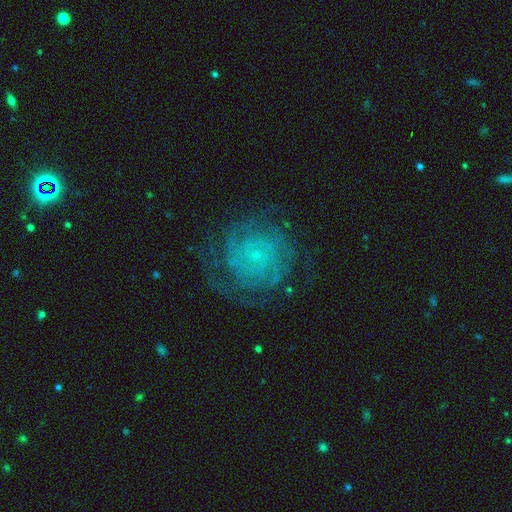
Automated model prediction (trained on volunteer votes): featured or disk 75%, smooth 15%, star or artifact 10%. Down the decision tree: edge-on disk — no (98%); bar — no (77%); spiral arms — yes (93%); spiral arm count — can't tell (38%); spiral winding — tight (69%); bulge size — small (77%); merging — none (74%).